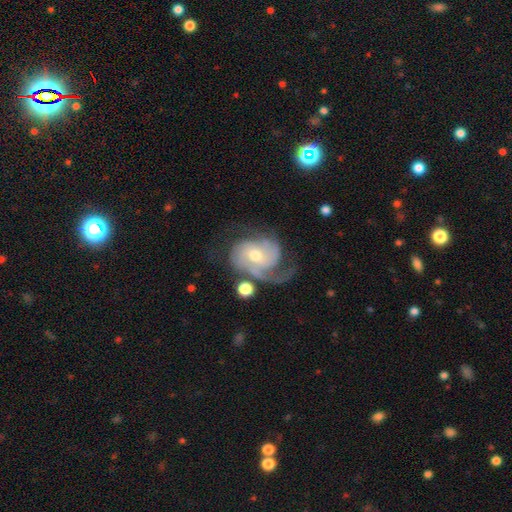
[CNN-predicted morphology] Smooth or featured: featured or disk — 86% (smooth — 9%)
Edge-on disk: no — 97% (yes — 3%)
Bar: no — 58% (weak — 34%)
Spiral arms: yes — 96% (no — 4%)
Spiral winding: medium — 44% (tight — 37%)
Spiral arm count: 2 — 41% (3 — 21%)
Bulge size: moderate — 58% (small — 36%)
Merging: none — 48% (major disturbance — 26%)